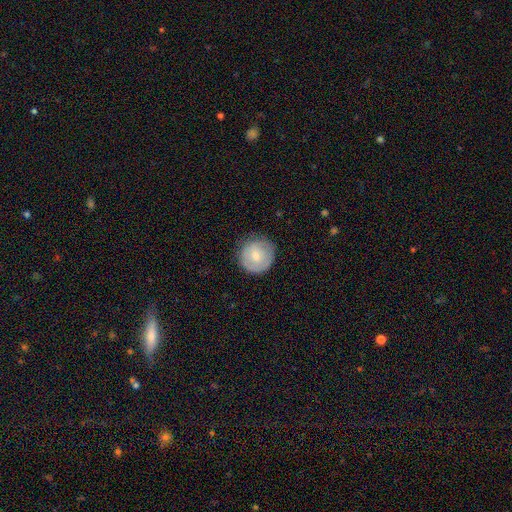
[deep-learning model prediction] smooth 64%, featured or disk 30%, star or artifact 7%. Down the decision tree: how rounded — round (94%); merging — none (80%).